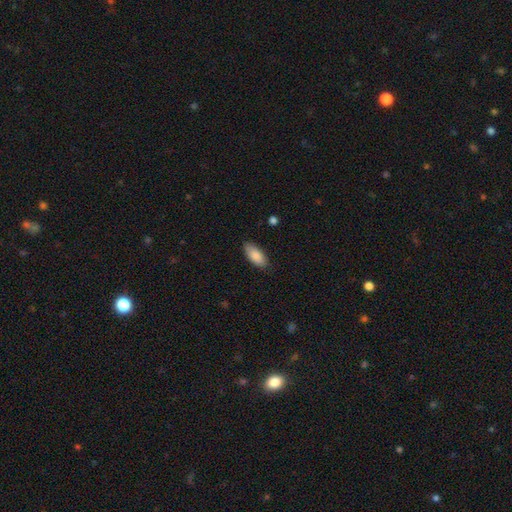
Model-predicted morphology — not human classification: type=smooth (87%); roundness=in between (88%); merging=none (84%).